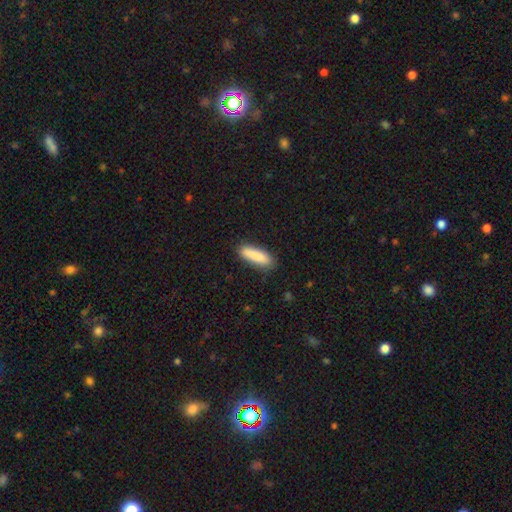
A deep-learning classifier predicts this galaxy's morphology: Smooth or featured?
  - smooth: 88% *
  - featured or disk: 6%
  - star or artifact: 6%
How rounded?
  - cigar-shaped: 59% *
  - in between: 40%
  - round: 2%
Merging?
  - none: 86% *
  - minor disturbance: 11%
  - major disturbance: 2%
  - merger: 1%